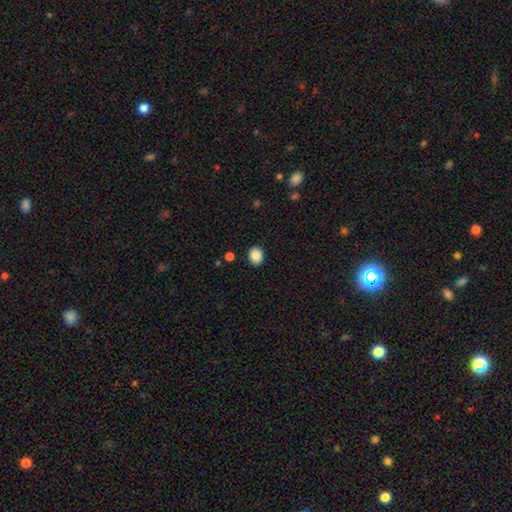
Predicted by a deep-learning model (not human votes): Smooth or featured? smooth (87%)
How rounded? round (56%)
Merging? none (89%)